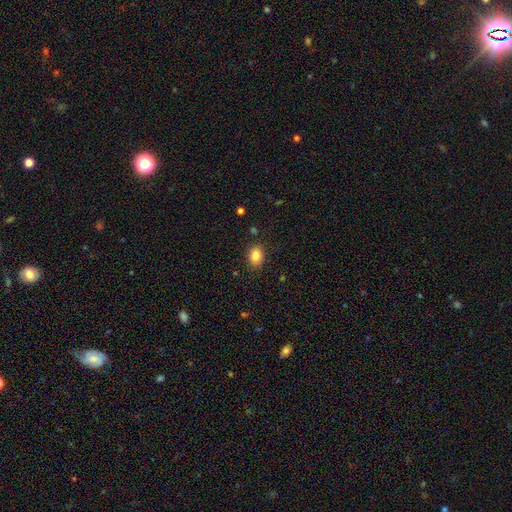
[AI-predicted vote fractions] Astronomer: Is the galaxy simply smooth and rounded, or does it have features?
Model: smooth — 83%.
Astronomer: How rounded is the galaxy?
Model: in between — 66%.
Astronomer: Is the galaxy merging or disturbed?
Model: none — 86%.